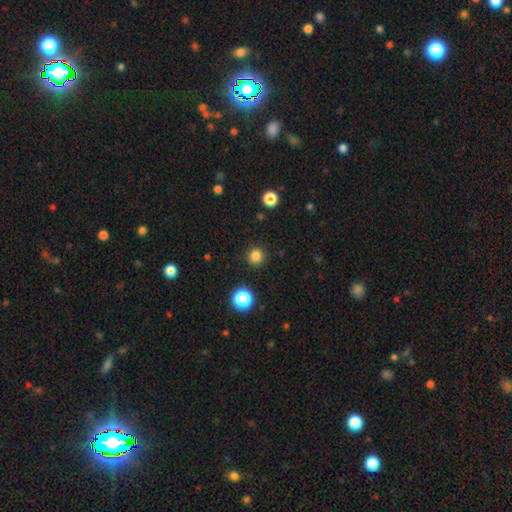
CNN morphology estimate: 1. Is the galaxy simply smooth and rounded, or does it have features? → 83% smooth, 14% star or artifact, 4% featured or disk.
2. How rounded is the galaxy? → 94% round, 5% in between, 1% cigar-shaped.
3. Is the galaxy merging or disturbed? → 91% none, 5% minor disturbance, 2% major disturbance, 1% merger.